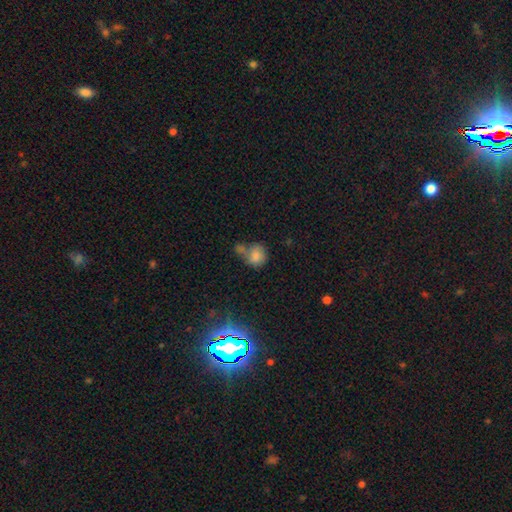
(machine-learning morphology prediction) Smooth or featured? Predicted: smooth (p=0.79). How rounded? Predicted: round (p=0.67). Merging? Predicted: merger (p=0.39).